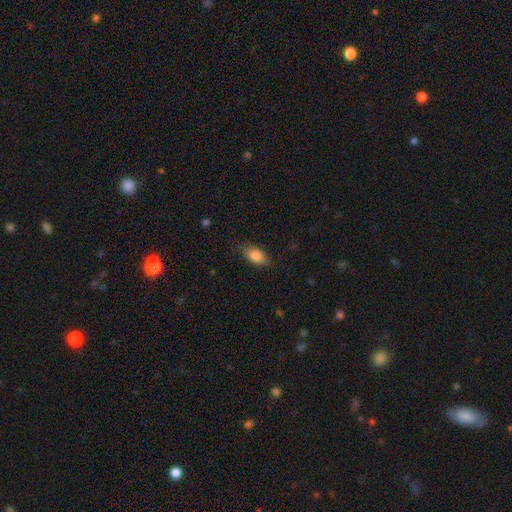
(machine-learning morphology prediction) Smooth or featured?
  - smooth: 80% *
  - featured or disk: 12%
  - star or artifact: 8%
How rounded?
  - in between: 84% *
  - cigar-shaped: 9%
  - round: 6%
Merging?
  - none: 79% *
  - minor disturbance: 17%
  - major disturbance: 4%
  - merger: 1%